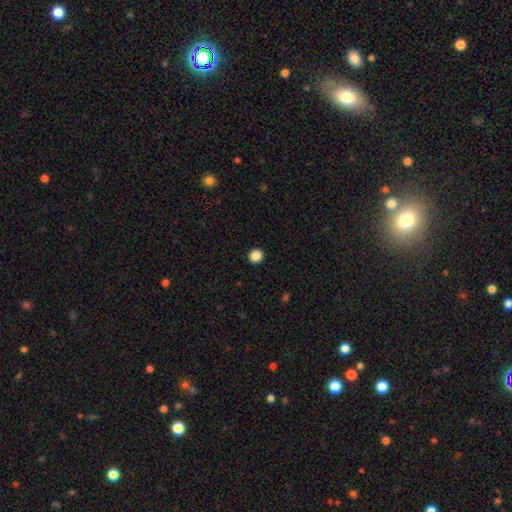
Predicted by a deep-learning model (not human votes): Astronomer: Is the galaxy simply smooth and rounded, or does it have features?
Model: smooth — 87%.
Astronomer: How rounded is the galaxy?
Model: round — 94%.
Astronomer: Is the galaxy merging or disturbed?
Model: none — 94%.